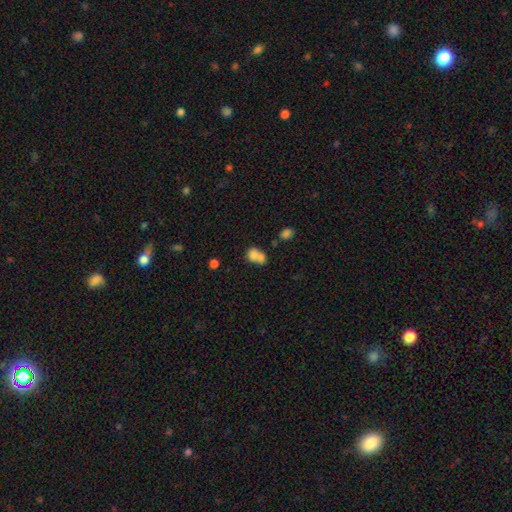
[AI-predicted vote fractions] Overall: smooth (74%). How rounded: in between (55%; round 43%). Merging: merger (59%; none 26%).